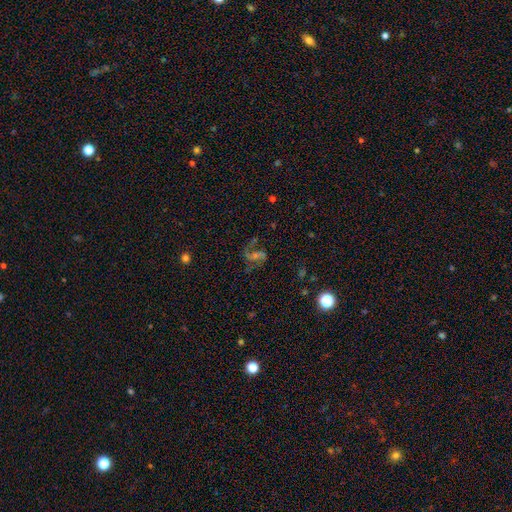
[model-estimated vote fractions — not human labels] smooth_or_featured: featured or disk (p=0.75) [alt: star or artifact p=0.15]
disk_edge_on: no (p=0.97) [alt: yes p=0.03]
bar: weak (p=0.44) [alt: no p=0.32]
has_spiral_arms: yes (p=0.93) [alt: no p=0.07]
spiral_winding: medium (p=0.45) [tied with: loose p=0.45]
spiral_arm_count: 2 (p=0.86) [alt: 1 p=0.06]
bulge_size: small (p=0.49) [alt: moderate p=0.31]
merging: none (p=0.68) [alt: major disturbance p=0.14]